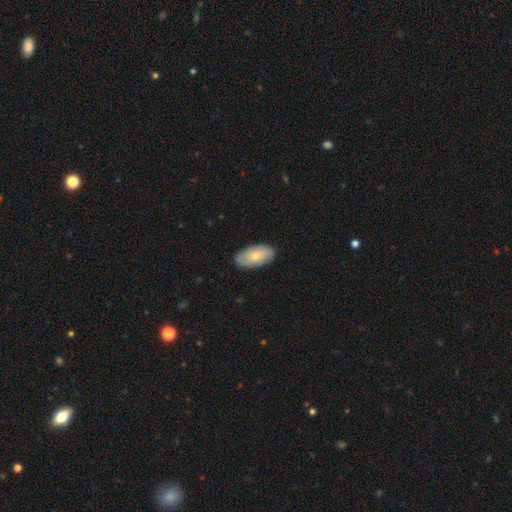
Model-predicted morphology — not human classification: A smooth galaxy with no disk features (71%) that is in between round and cigar-shaped (94%). Merging: none (83%).